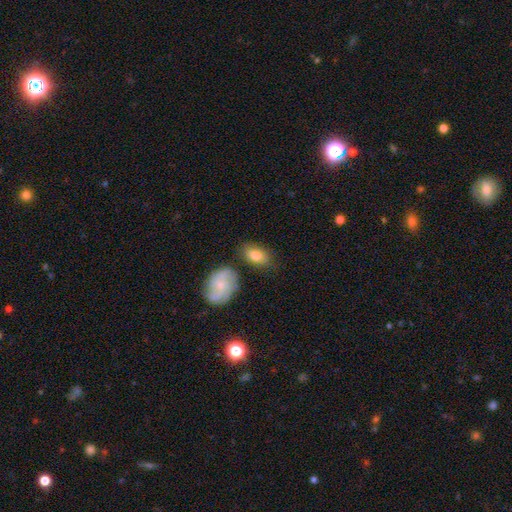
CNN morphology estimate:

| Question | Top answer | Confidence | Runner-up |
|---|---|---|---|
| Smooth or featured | smooth | 74% | featured or disk (20%) |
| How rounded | in between | 88% | round (10%) |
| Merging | none | 72% | minor disturbance (15%) |